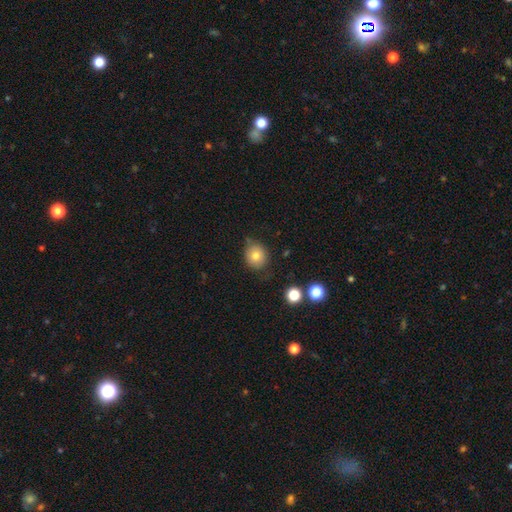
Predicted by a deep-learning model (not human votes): smooth_or_featured: smooth (p=0.78) [alt: star or artifact p=0.11]
how_rounded: round (p=0.80) [alt: in between p=0.19]
merging: none (p=0.71) [alt: minor disturbance p=0.21]